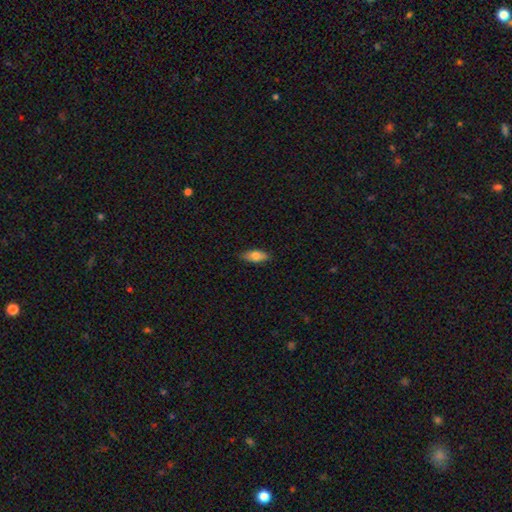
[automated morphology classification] Smooth or featured?
  - smooth: 78% *
  - featured or disk: 16%
  - star or artifact: 7%
How rounded?
  - in between: 77% *
  - cigar-shaped: 21%
  - round: 3%
Merging?
  - none: 86% *
  - minor disturbance: 11%
  - major disturbance: 2%
  - merger: 1%